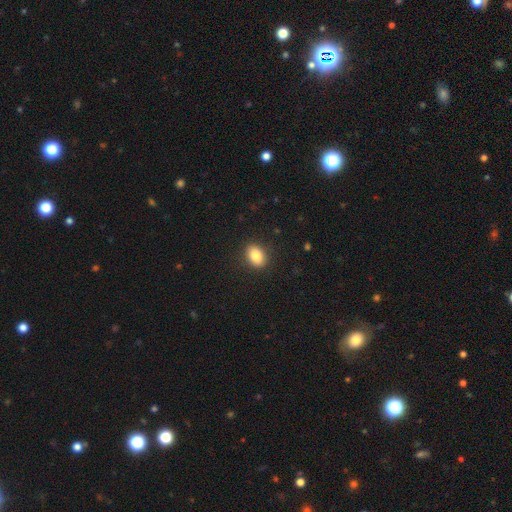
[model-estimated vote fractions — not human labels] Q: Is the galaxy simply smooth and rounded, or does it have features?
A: smooth — 85%.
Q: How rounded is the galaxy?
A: in between — 79%.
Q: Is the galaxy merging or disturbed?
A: none — 88%.